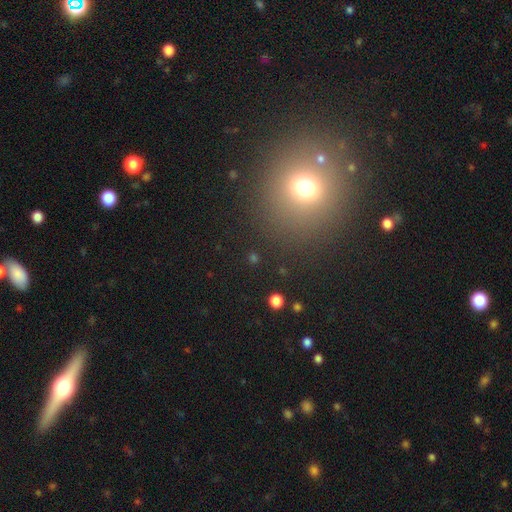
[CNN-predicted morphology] smooth-or-featured: smooth: 55% | star or artifact: 36% | featured or disk: 9%
  how-rounded: round: 85% | in between: 13% | cigar-shaped: 2%
  merging: none: 86% | minor disturbance: 7% | merger: 4% | major disturbance: 4%